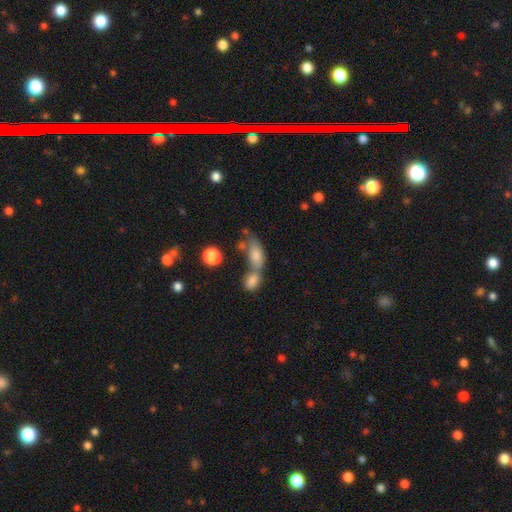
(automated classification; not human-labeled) Q: Smooth or featured?
A: smooth (71%); runner-up: featured or disk (17%)
Q: How rounded?
A: in between (77%); runner-up: cigar-shaped (13%)
Q: Merging?
A: merger (50%); runner-up: none (30%)